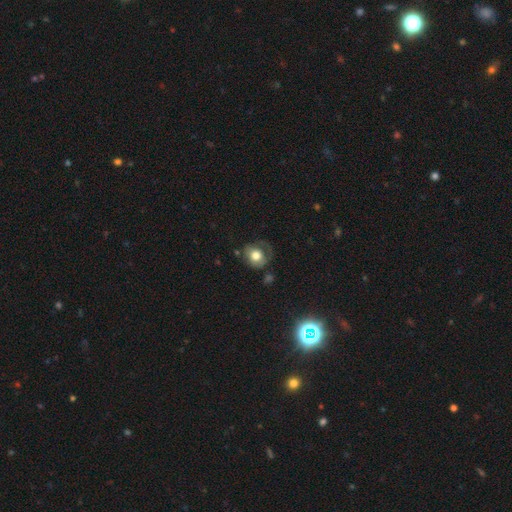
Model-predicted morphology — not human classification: Smooth or featured? smooth (68%)
How rounded? round (74%)
Merging? none (56%)